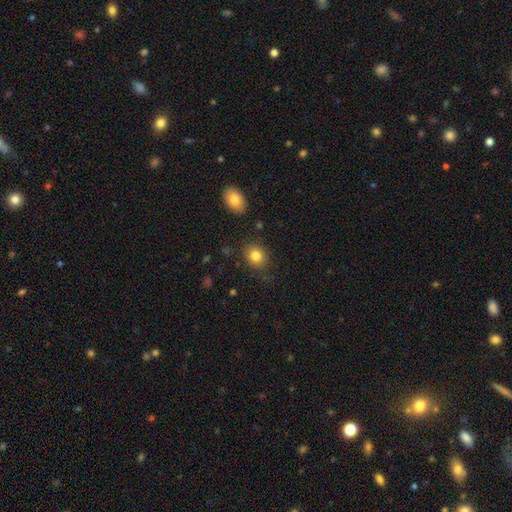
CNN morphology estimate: This is clearly a smooth galaxy (83%). How rounded: possibly round (57%). Merging: clearly none (83%).